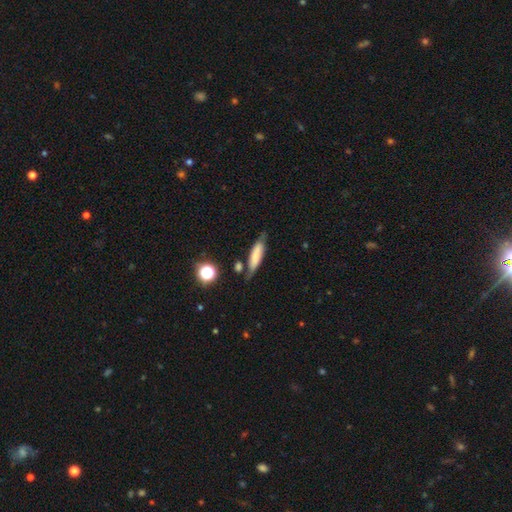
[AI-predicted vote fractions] Smooth or featured? smooth (70%)
How rounded? cigar-shaped (67%)
Merging? none (64%)